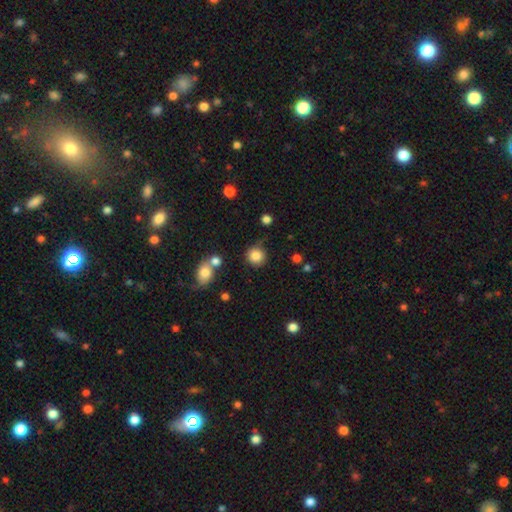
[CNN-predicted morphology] A smooth galaxy with no disk features (84%) that is round (92%).

Vote fractions:
- Smooth or featured? smooth: 84% / star or artifact: 11% / featured or disk: 6%
- How rounded? round: 92% / in between: 7% / cigar-shaped: 1%
- Merging? none: 81% / minor disturbance: 11% / merger: 5% / major disturbance: 3%